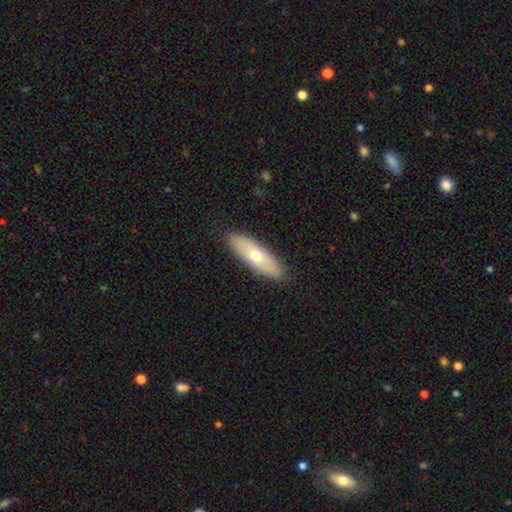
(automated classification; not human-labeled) smooth_or_featured: smooth (p=0.62) [alt: featured or disk p=0.32]
how_rounded: in between (p=0.55) [alt: cigar-shaped p=0.42]
merging: none (p=0.89) [alt: minor disturbance p=0.08]